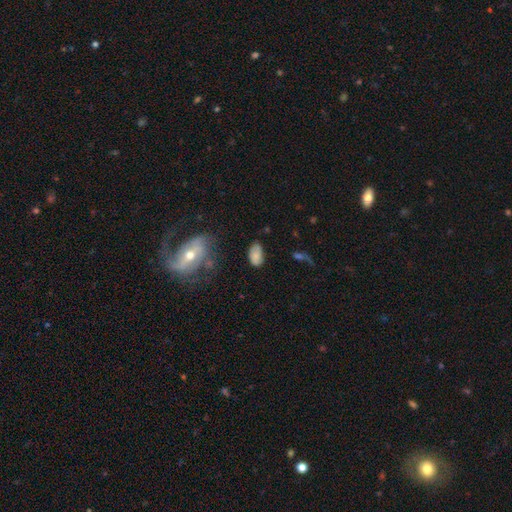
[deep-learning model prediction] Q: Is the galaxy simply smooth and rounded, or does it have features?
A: smooth — 78%.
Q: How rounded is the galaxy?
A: in between — 93%.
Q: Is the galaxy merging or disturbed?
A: none — 62%.